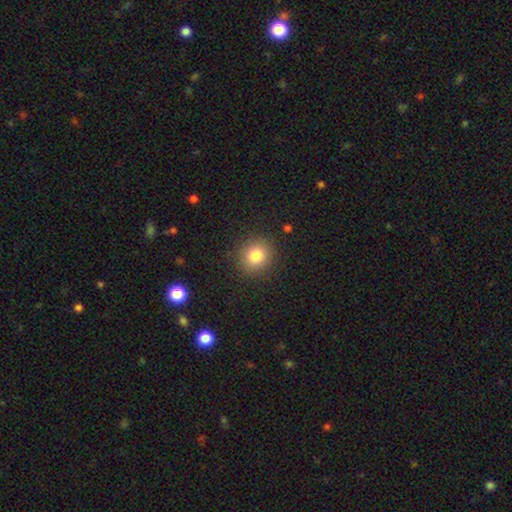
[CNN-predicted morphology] This is clearly a smooth galaxy (81%). How rounded: clearly round (87%). Merging: clearly none (89%).